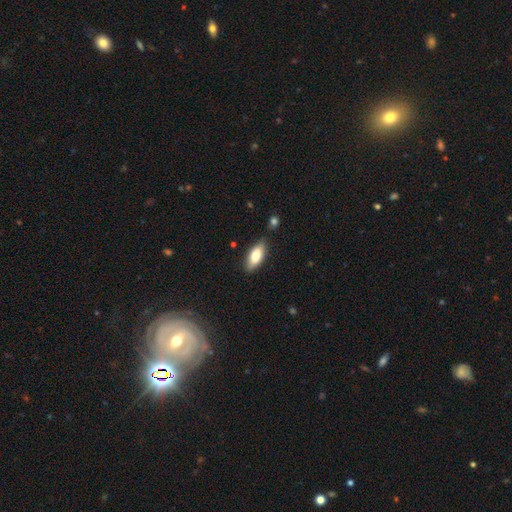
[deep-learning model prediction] Overall: smooth (77%). How rounded: in between (81%). Merging: none (78%).